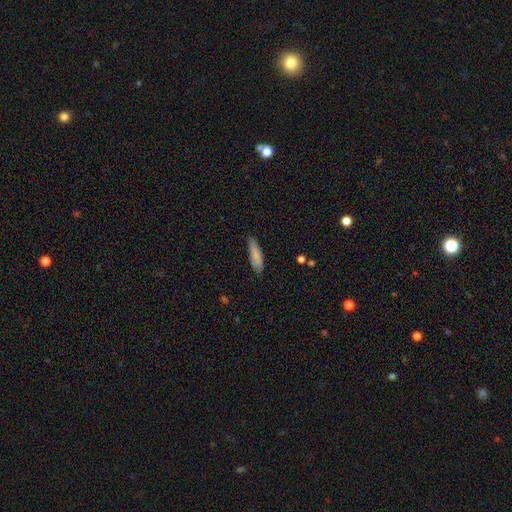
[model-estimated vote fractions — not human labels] The model was most divided on "how rounded": cigar-shaped: 60%, in between: 38%, round: 2%. More confident: smooth or featured — smooth (80%); merging — none (77%).